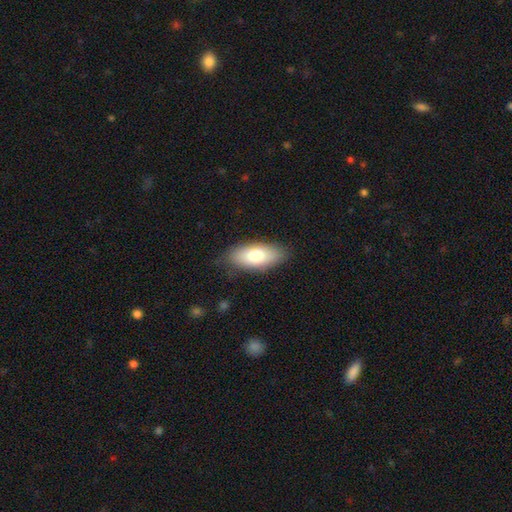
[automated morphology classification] A smooth galaxy with no disk features (78%) that is in between round and cigar-shaped (86%). Merging: none (81%).